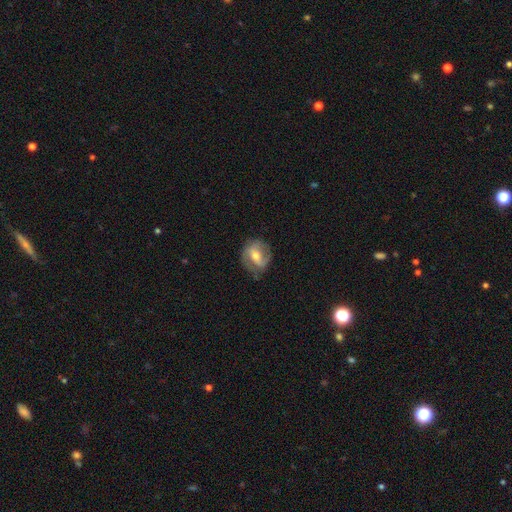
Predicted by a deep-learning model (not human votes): featured or disk 63%, smooth 31%, star or artifact 6%. Down the decision tree: edge-on disk — no (95%); bar — weak (42%); spiral arms — yes (76%); bulge size — moderate (65%); merging — none (64%).